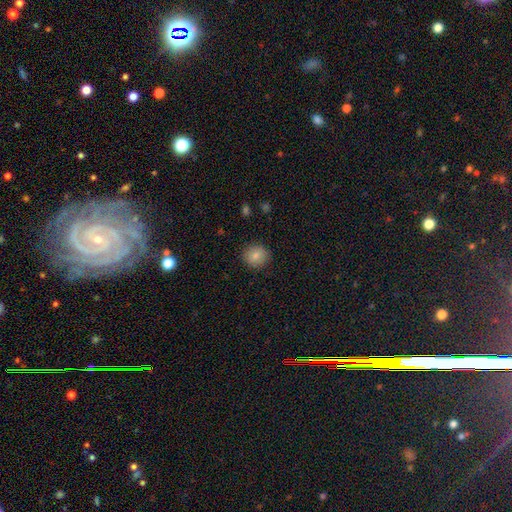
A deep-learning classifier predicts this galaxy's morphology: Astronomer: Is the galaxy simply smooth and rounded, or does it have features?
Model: smooth — 83%.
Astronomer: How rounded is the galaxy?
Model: round — 87%.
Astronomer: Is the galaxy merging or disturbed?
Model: none — 90%.